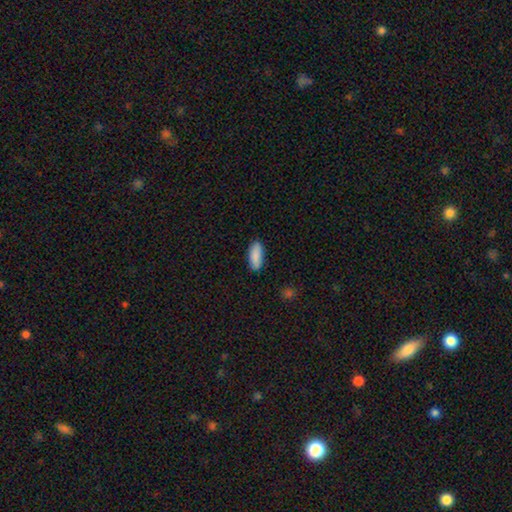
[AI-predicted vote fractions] Smooth or featured? Predicted: smooth (p=0.89). How rounded? Predicted: in between (p=0.78). Merging? Predicted: none (p=0.85).